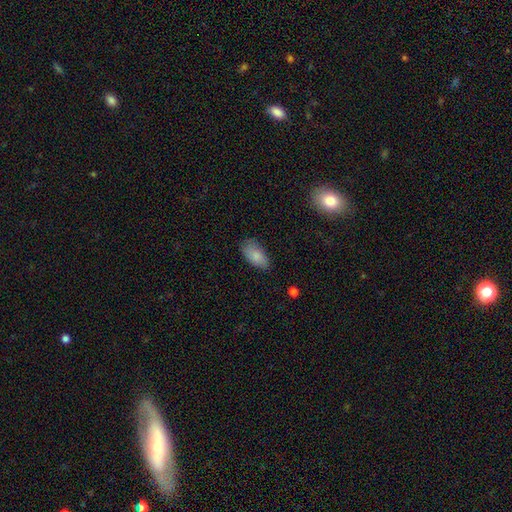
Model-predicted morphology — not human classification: A smooth galaxy with no disk features (85%) that is in between round and cigar-shaped (93%).

Vote fractions:
- Smooth or featured? smooth: 85% / featured or disk: 8% / star or artifact: 7%
- How rounded? in between: 93% / cigar-shaped: 4% / round: 3%
- Merging? none: 75% / minor disturbance: 19% / major disturbance: 4% / merger: 1%